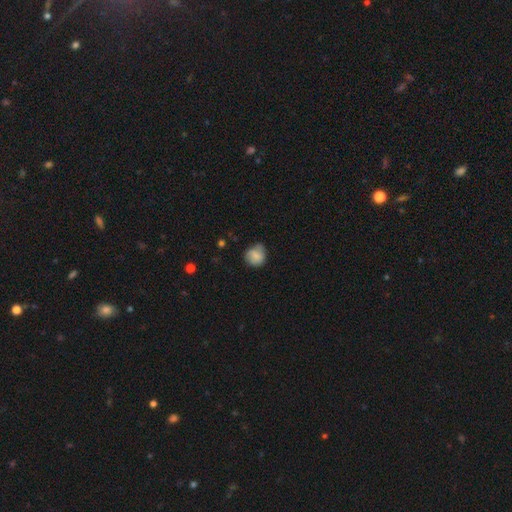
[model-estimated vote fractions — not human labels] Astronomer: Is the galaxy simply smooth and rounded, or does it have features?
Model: smooth — 75%.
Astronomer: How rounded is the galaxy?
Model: round — 78%.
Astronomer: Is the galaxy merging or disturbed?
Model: none — 59%.